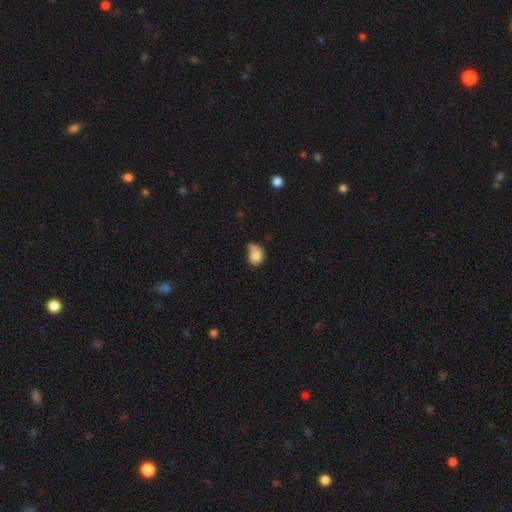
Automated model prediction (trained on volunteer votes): Smooth or featured?
  - smooth: 78% *
  - featured or disk: 13%
  - star or artifact: 9%
How rounded?
  - in between: 52% *
  - round: 47%
  - cigar-shaped: 1%
Merging?
  - none: 32% *
  - minor disturbance: 28%
  - major disturbance: 21%
  - merger: 19%